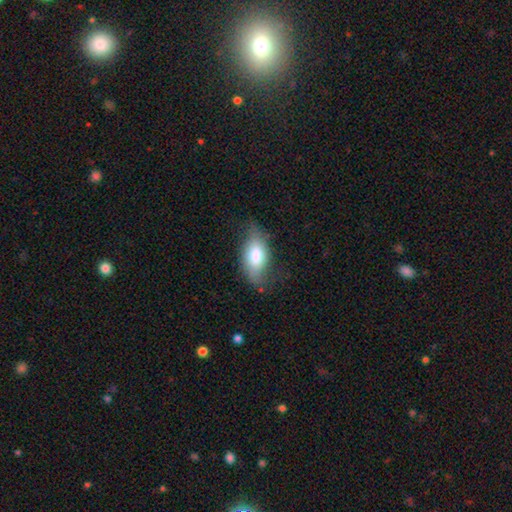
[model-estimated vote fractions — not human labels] A smooth galaxy with no disk features (67%) that is in between round and cigar-shaped (90%).

Vote fractions:
- Smooth or featured? smooth: 67% / featured or disk: 26% / star or artifact: 7%
- How rounded? in between: 90% / cigar-shaped: 5% / round: 5%
- Merging? none: 56% / minor disturbance: 30% / major disturbance: 12% / merger: 2%